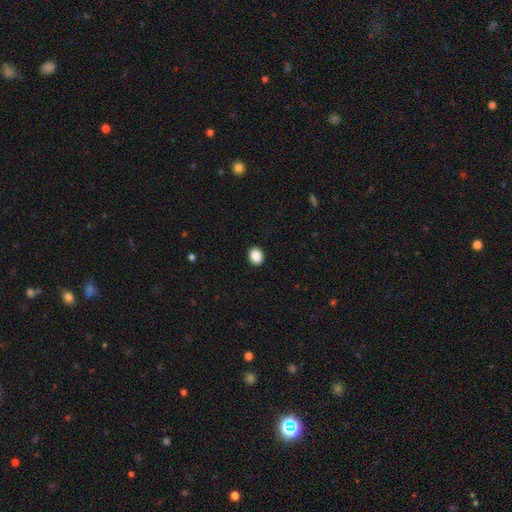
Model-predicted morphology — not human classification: Overall: smooth (88%). How rounded: round (53%; in between 46%). Merging: none (92%).